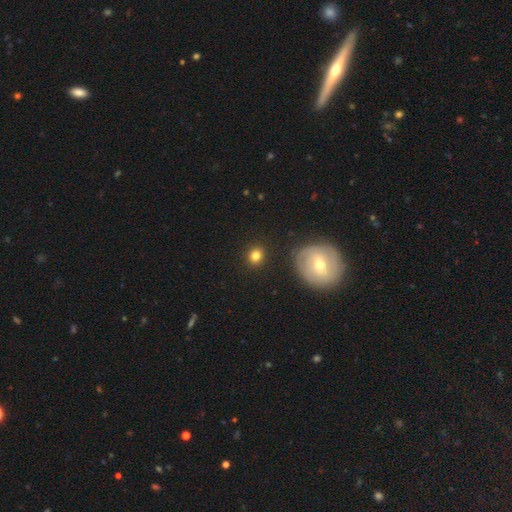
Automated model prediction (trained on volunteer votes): This appears to be a smooth galaxy with no disk features (82%) that is round (80%). Merging: none (88%).